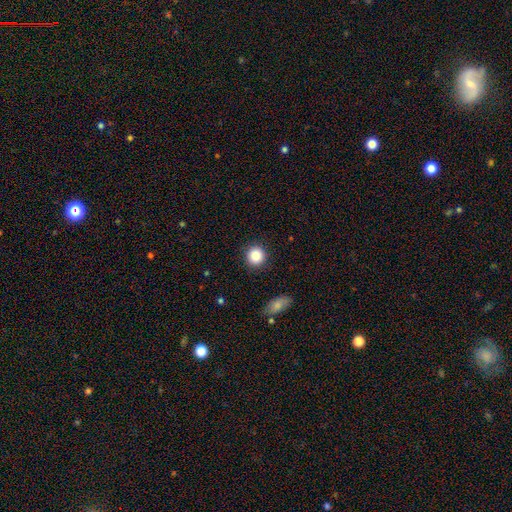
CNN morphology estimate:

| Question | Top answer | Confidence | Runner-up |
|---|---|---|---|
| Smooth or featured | smooth | 87% | star or artifact (9%) |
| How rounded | round | 91% | in between (8%) |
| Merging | none | 89% | minor disturbance (7%) |